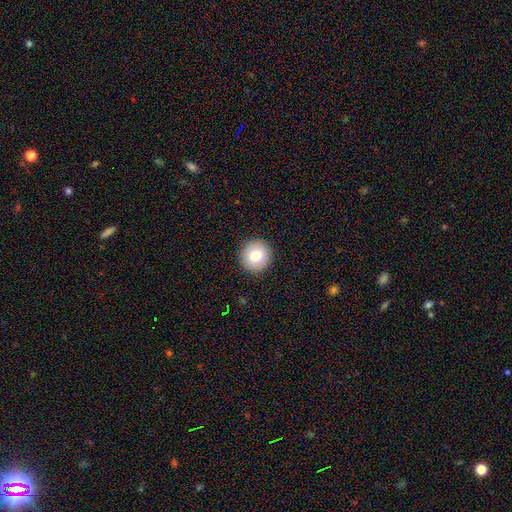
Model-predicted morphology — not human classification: This appears to be a smooth galaxy with no disk features (78%) that is round (95%). Merging: none (93%).